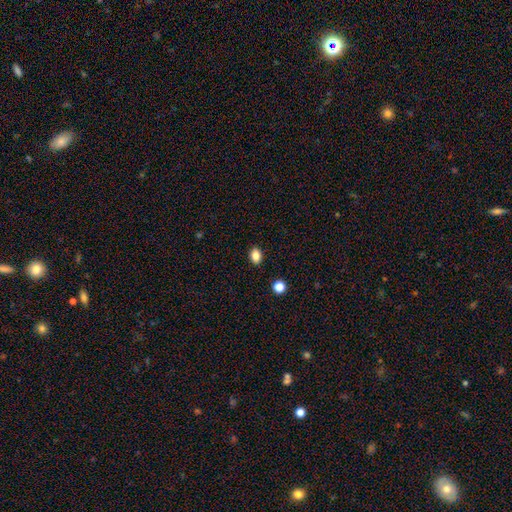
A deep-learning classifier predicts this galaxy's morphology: type=smooth (85%); roundness=in between (75%); merging=none (89%).